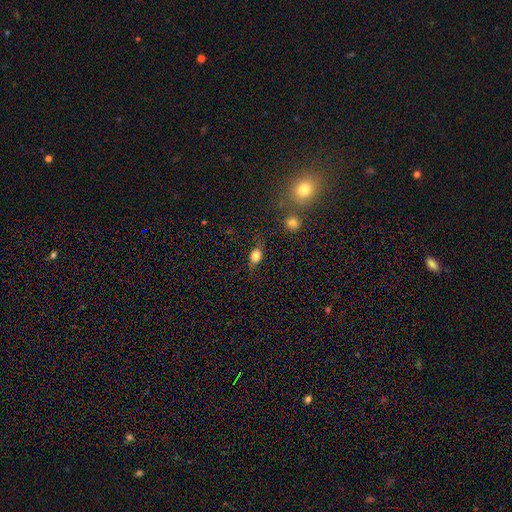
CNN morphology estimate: A smooth galaxy with no disk features (77%) that is in between round and cigar-shaped (70%).

Vote fractions:
- Smooth or featured? smooth: 77% / featured or disk: 13% / star or artifact: 10%
- How rounded? in between: 70% / round: 25% / cigar-shaped: 5%
- Merging? none: 72% / minor disturbance: 19% / major disturbance: 6% / merger: 3%